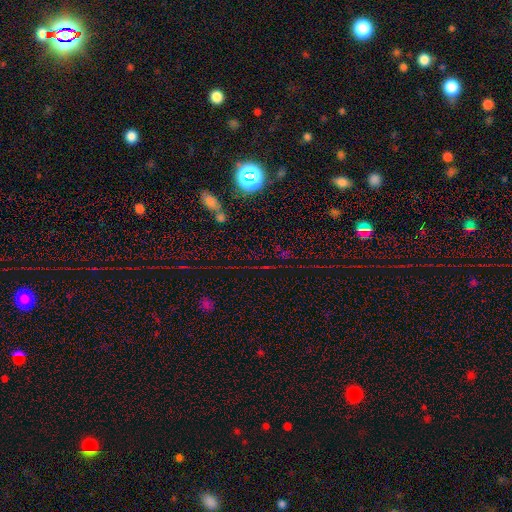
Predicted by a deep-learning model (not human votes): Smooth or featured?
  - star or artifact: 70% *
  - smooth: 18%
  - featured or disk: 11%